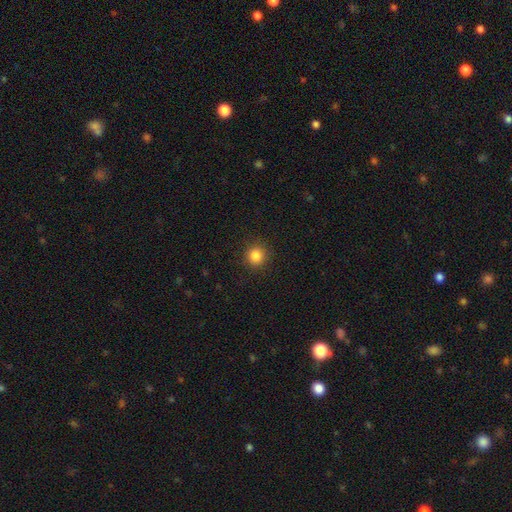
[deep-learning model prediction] Smooth or featured: smooth — 84% (star or artifact — 11%)
How rounded: round — 92% (in between — 7%)
Merging: none — 91% (minor disturbance — 6%)